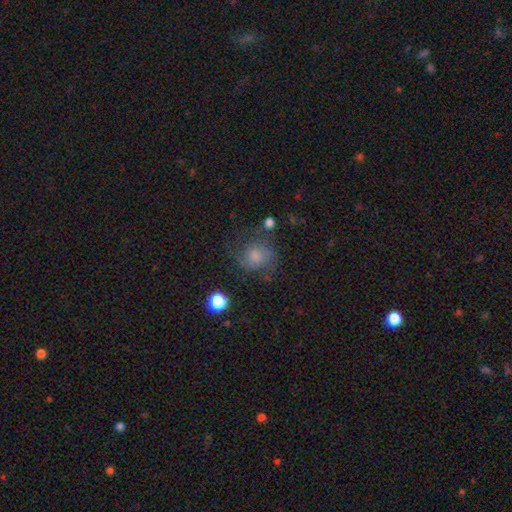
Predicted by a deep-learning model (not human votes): A smooth galaxy with no disk features (43%). Merging: none (63%).